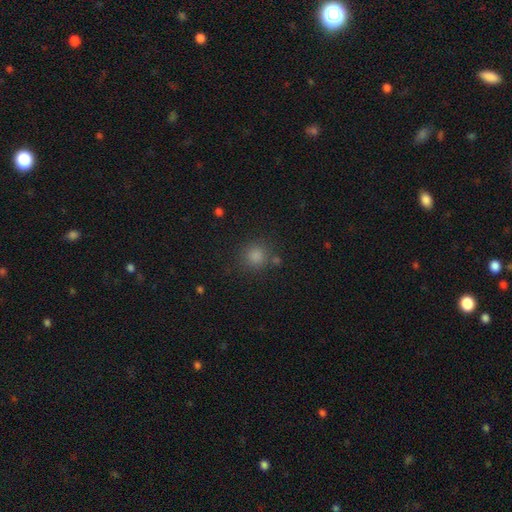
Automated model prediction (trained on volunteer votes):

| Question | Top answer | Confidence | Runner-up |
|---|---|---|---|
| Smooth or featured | smooth | 78% | star or artifact (17%) |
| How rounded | round | 91% | in between (8%) |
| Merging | none | 81% | minor disturbance (9%) |